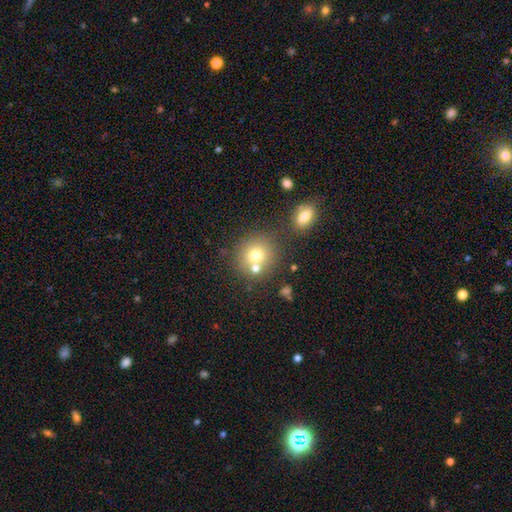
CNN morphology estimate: A smooth galaxy with no disk features (73%) that is round (86%).

Vote fractions:
- Smooth or featured? smooth: 73% / featured or disk: 14% / star or artifact: 13%
- How rounded? round: 86% / in between: 14% / cigar-shaped: 1%
- Merging? none: 61% / merger: 26% / minor disturbance: 10% / major disturbance: 4%